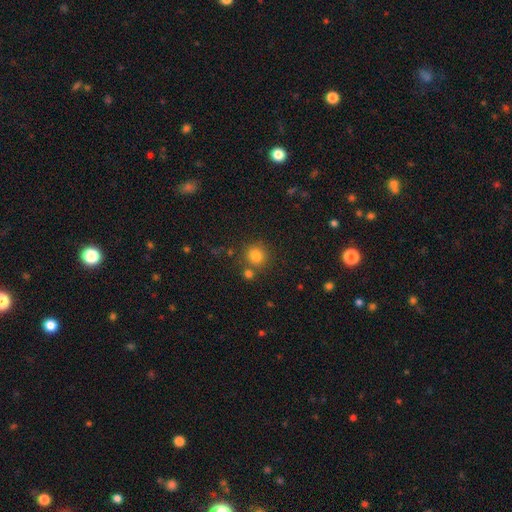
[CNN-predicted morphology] smooth_or_featured: smooth (p=0.81) [alt: star or artifact p=0.13]
how_rounded: round (p=0.90) [alt: in between p=0.09]
merging: none (p=0.74) [alt: merger p=0.14]